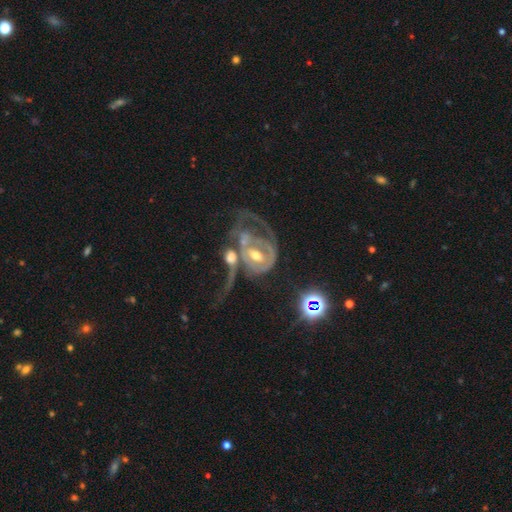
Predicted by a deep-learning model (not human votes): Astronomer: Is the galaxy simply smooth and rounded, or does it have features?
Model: featured or disk — 81%.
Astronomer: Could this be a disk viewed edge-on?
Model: no — 96%.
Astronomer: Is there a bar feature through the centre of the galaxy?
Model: no — 47% (runner-up: weak, 37%).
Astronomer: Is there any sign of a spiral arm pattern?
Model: yes — 75%.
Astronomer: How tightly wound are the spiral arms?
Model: tight — 37% (runner-up: medium, 34%).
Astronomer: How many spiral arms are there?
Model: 2 — 39% (runner-up: can't tell, 30%).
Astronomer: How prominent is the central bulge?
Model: moderate — 63%.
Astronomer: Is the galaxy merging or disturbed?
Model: merger — 43% (runner-up: major disturbance, 32%).